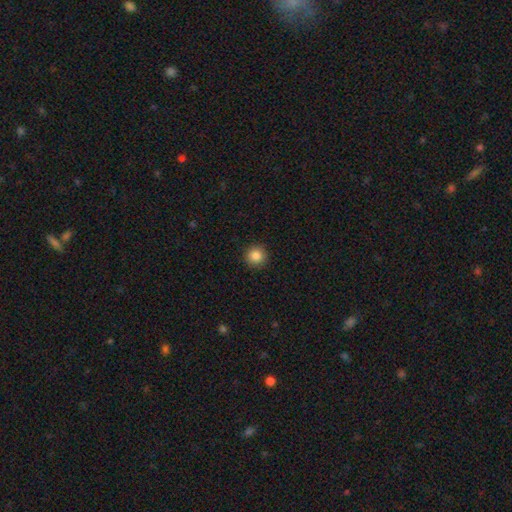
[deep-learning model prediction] smooth 86%, star or artifact 10%, featured or disk 4%. Down the decision tree: how rounded — round (95%); merging — none (93%).